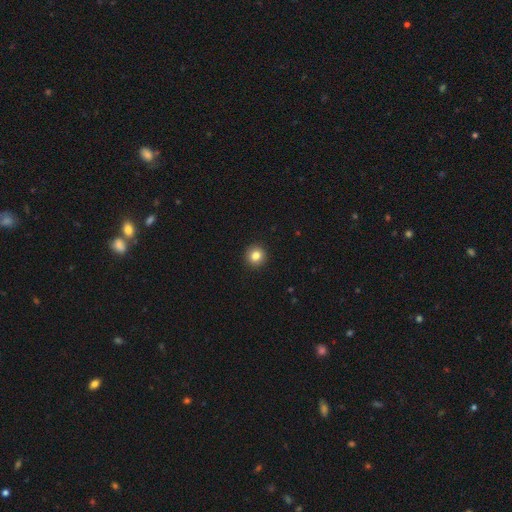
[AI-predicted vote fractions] smooth 83%, star or artifact 10%, featured or disk 6%. Down the decision tree: how rounded — round (94%); merging — none (93%).